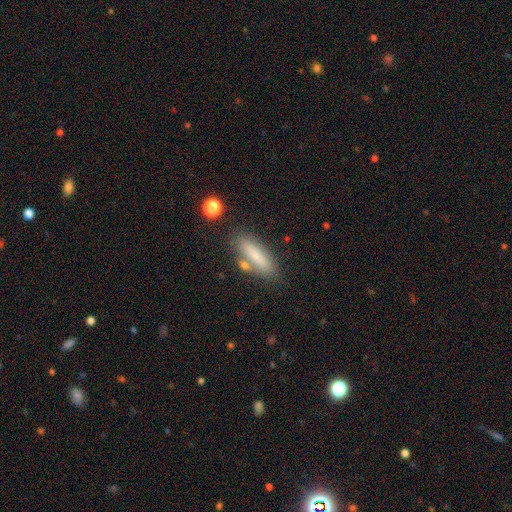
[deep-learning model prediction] Smooth or featured: smooth — 78% (featured or disk — 15%)
How rounded: cigar-shaped — 67% (in between — 31%)
Merging: none — 74% (minor disturbance — 13%)